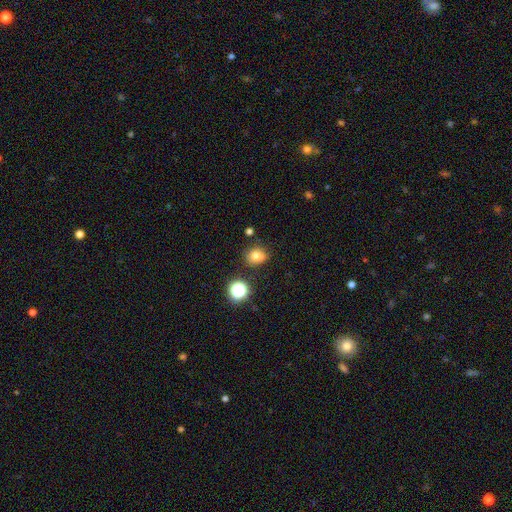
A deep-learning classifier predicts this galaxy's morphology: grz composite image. It shows a smooth galaxy with no disk features (76%) that is round (74%). Merging: none (75%).